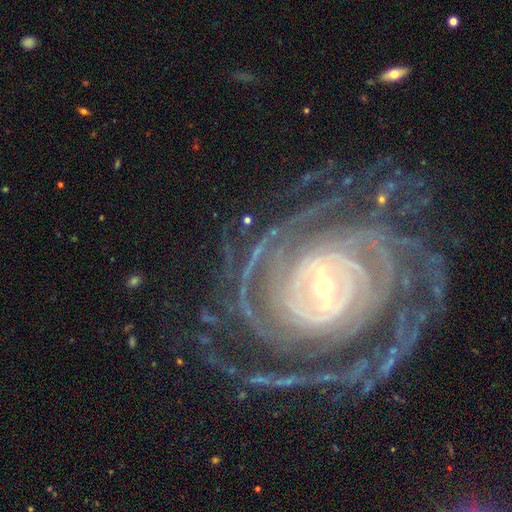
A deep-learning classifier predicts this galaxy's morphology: A featured or disk galaxy (90%) with a strong bar (51%), 4 (20%) tight (77%) spiral arms (98%) and a small central bulge (71%). Merging: none (72%).